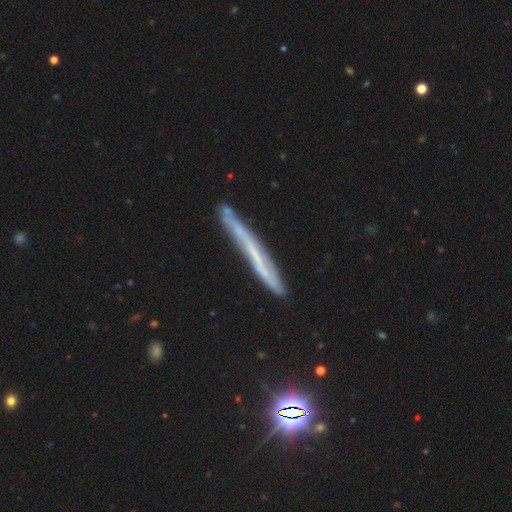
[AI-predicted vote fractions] Q: Smooth or featured?
A: featured or disk (58%); runner-up: smooth (32%)
Q: Edge-on disk?
A: yes (88%); runner-up: no (12%)
Q: Edge-on bulge?
A: none (87%); runner-up: rounded (8%)
Q: Merging?
A: none (76%); runner-up: minor disturbance (17%)